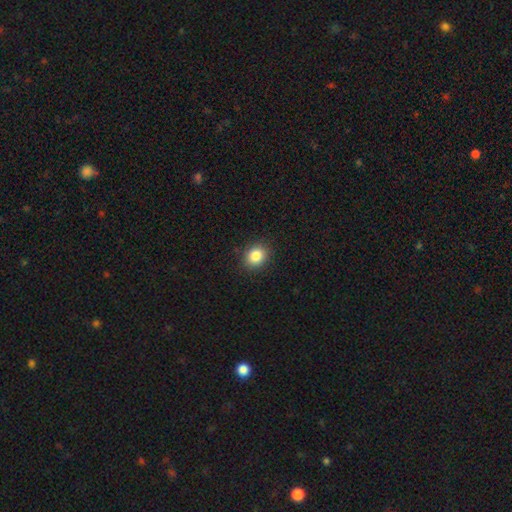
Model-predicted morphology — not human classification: The model was most divided on "how rounded": round: 68%, in between: 31%, cigar-shaped: 1%. More confident: merging — none (89%); smooth or featured — smooth (84%).